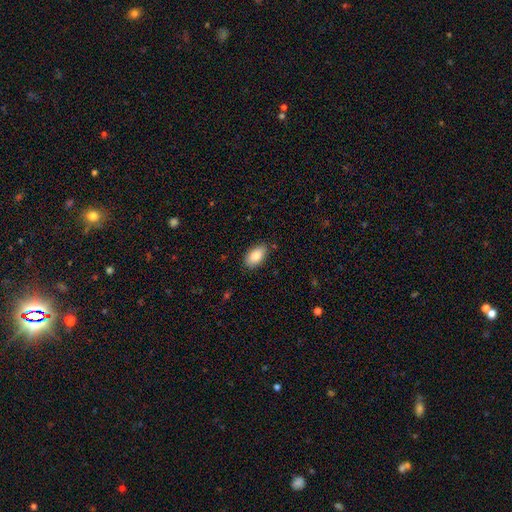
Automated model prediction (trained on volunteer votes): Smooth or featured? Predicted: smooth (p=0.85). How rounded? Predicted: in between (p=0.94). Merging? Predicted: none (p=0.85).